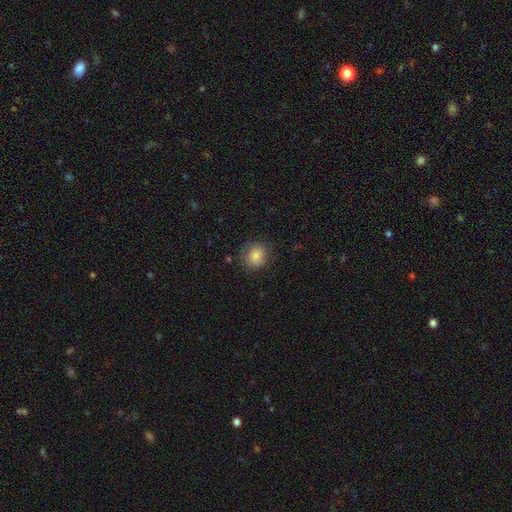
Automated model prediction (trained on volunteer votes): This appears to be a smooth galaxy with no disk features (80%) that is round (78%). Merging: none (80%).